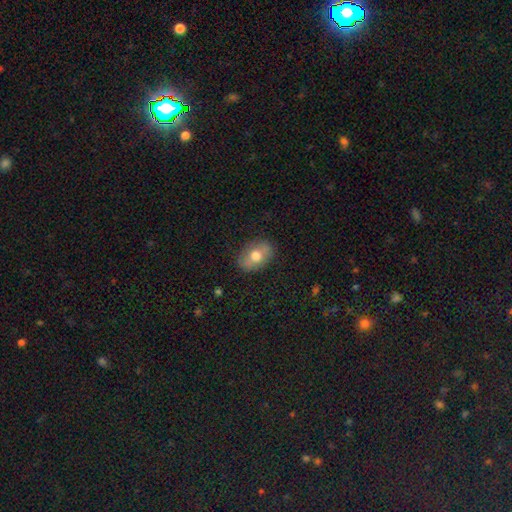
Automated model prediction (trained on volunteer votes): A smooth galaxy with no disk features (65%) that is in between round and cigar-shaped (80%).

Vote fractions:
- Smooth or featured? smooth: 65% / featured or disk: 27% / star or artifact: 7%
- How rounded? in between: 80% / round: 19% / cigar-shaped: 1%
- Merging? none: 83% / minor disturbance: 13% / major disturbance: 3% / merger: 1%